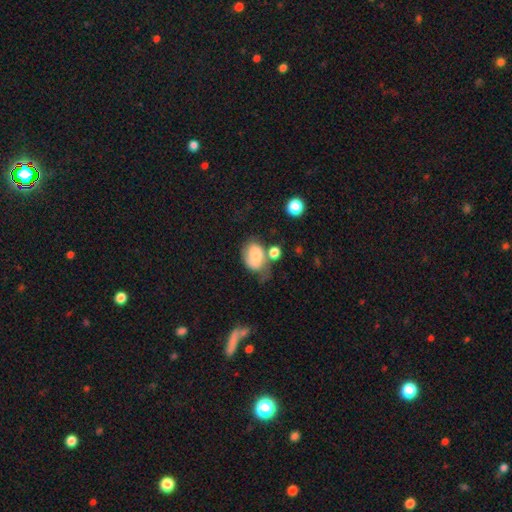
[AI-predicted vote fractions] The model was most divided on "merging": none: 33%, minor disturbance: 29%, merger: 19%, major disturbance: 19%. More confident: how rounded — in between (74%); smooth or featured — smooth (71%).